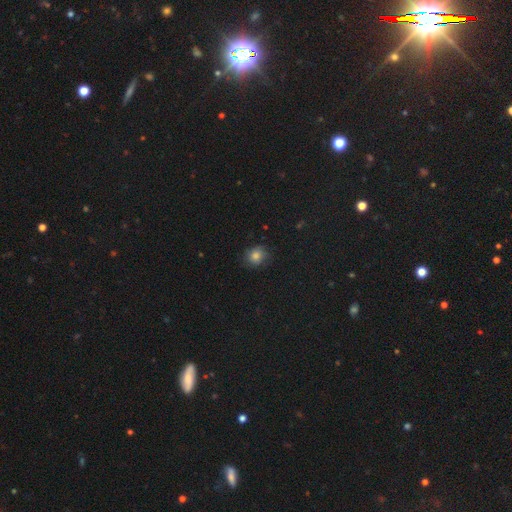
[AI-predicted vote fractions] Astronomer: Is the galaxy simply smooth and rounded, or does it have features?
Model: smooth — 78%.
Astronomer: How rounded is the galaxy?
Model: round — 81%.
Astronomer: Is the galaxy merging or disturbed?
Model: none — 80%.